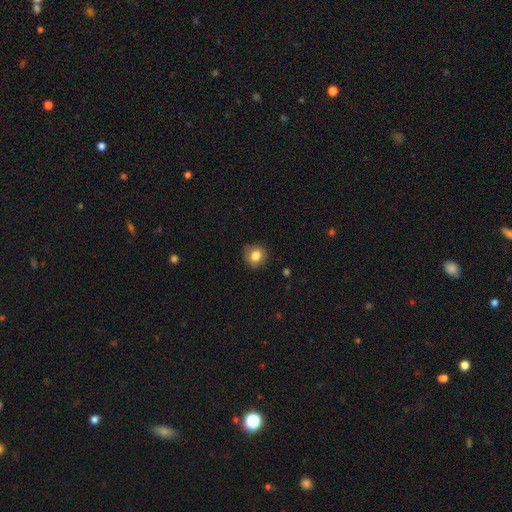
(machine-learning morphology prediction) type=smooth (81%); roundness=round (86%); merging=none (86%).